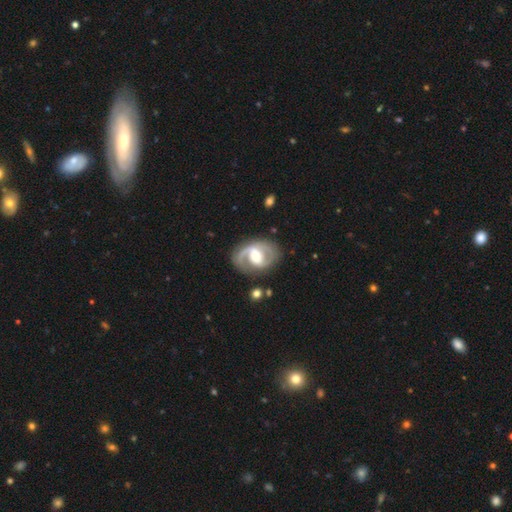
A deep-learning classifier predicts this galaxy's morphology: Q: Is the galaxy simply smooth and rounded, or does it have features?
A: featured or disk — 86%.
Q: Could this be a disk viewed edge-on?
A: no — 97%.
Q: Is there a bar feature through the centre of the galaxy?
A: weak — 43%.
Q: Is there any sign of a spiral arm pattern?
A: yes — 92%.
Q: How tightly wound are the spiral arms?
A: medium — 52%.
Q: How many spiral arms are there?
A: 2 — 85%.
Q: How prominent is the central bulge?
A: moderate — 66%.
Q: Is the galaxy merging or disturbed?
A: none — 76%.